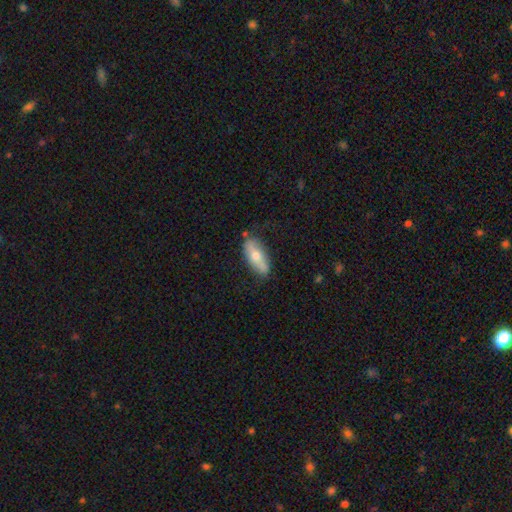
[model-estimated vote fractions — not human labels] Smooth or featured? Predicted: smooth (p=0.54). How rounded? Predicted: in between (p=0.74). Merging? Predicted: none (p=0.74).